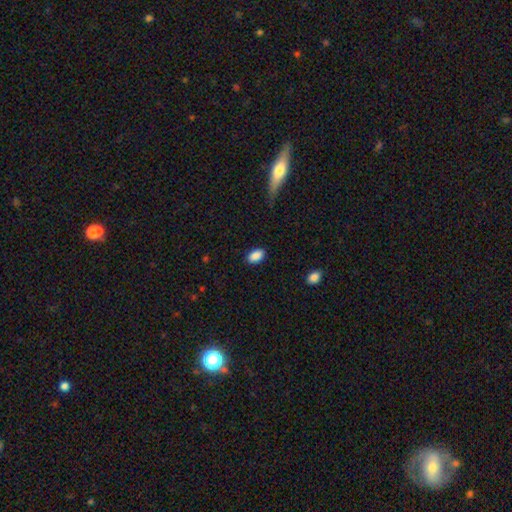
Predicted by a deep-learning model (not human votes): A smooth galaxy with no disk features (89%) that is in between round and cigar-shaped (91%). Merging: none (87%).